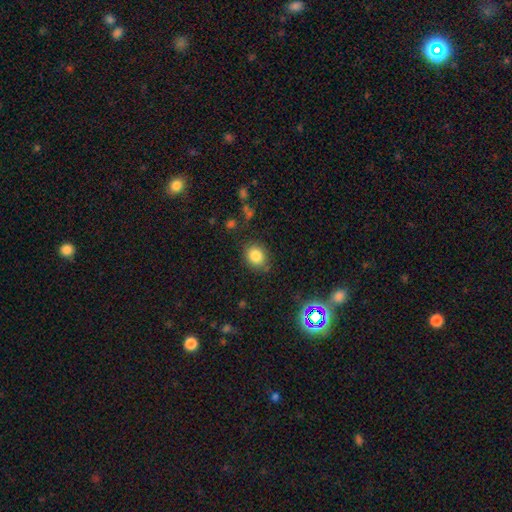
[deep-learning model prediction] This appears to be a smooth galaxy with no disk features (83%) that is round (62%). Merging: none (81%).